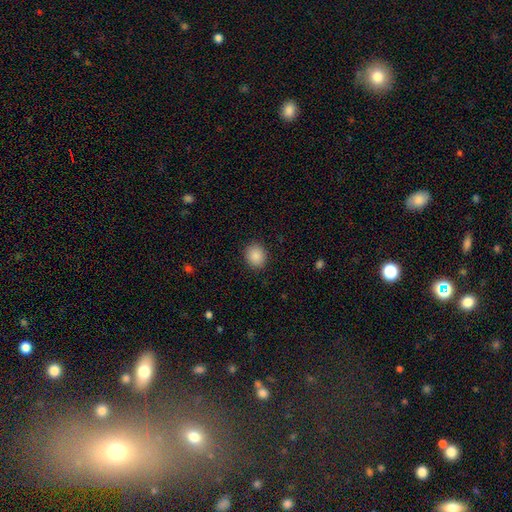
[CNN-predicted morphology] A smooth galaxy with no disk features (88%) that is round (71%).

Vote fractions:
- Smooth or featured? smooth: 88% / star or artifact: 8% / featured or disk: 4%
- How rounded? round: 71% / in between: 28% / cigar-shaped: 1%
- Merging? none: 90% / minor disturbance: 7% / major disturbance: 2% / merger: 1%